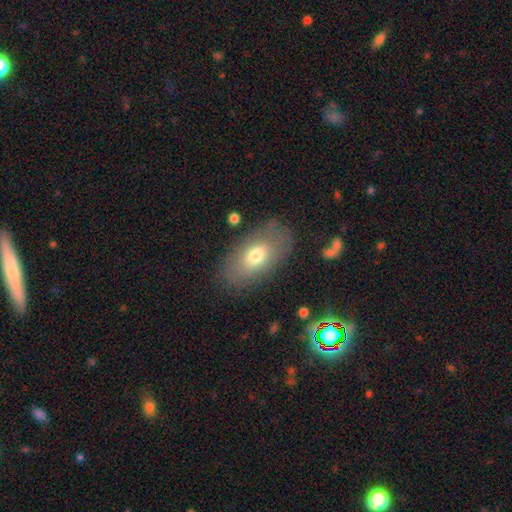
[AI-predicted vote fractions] Smooth or featured? smooth (68%)
How rounded? in between (91%)
Merging? none (78%)